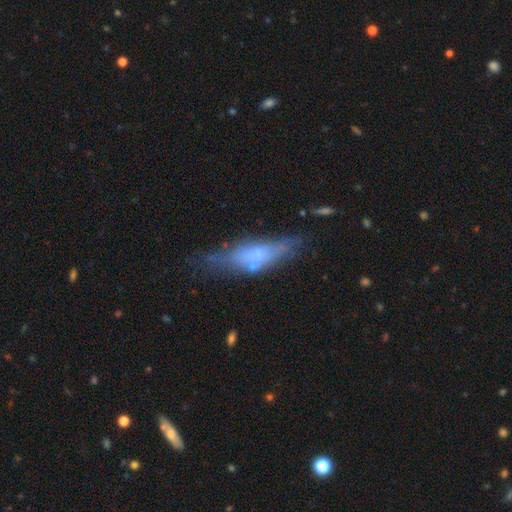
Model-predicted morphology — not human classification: Smooth or featured?
  - featured or disk: 49% *
  - smooth: 42%
  - star or artifact: 9%
Merging?
  - none: 52% *
  - minor disturbance: 28%
  - major disturbance: 13%
  - merger: 7%